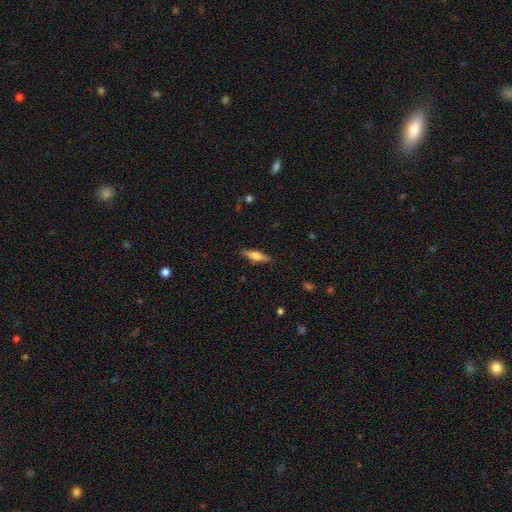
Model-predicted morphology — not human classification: Smooth or featured? Predicted: smooth (p=0.47). Merging? Predicted: none (p=0.87).